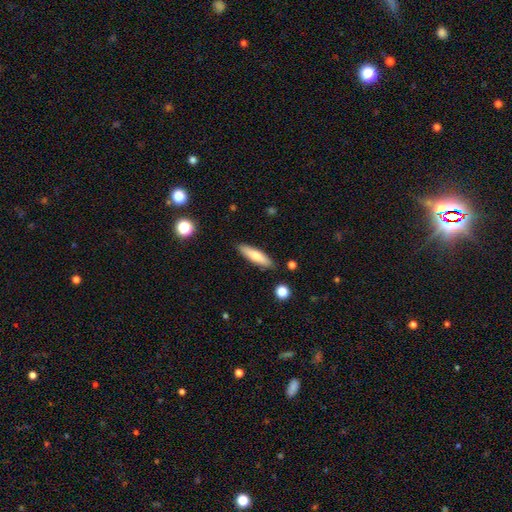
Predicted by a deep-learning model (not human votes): This appears to be a smooth galaxy with no disk features (69%) that is cigar-shaped (70%). Merging: none (87%).